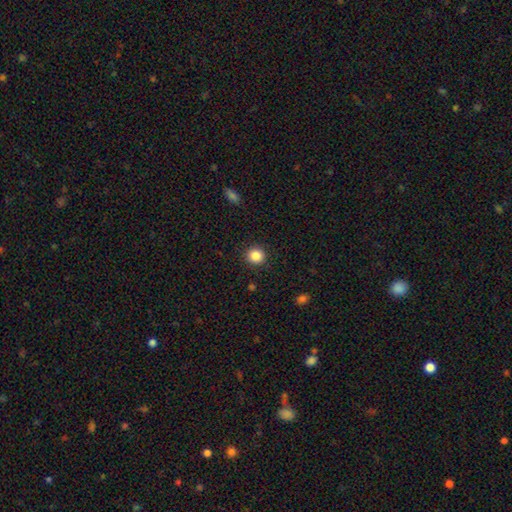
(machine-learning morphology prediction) A smooth galaxy with no disk features (86%) that is round (92%).

Vote fractions:
- Smooth or featured? smooth: 86% / star or artifact: 10% / featured or disk: 4%
- How rounded? round: 92% / in between: 7% / cigar-shaped: 1%
- Merging? none: 91% / minor disturbance: 6% / major disturbance: 2% / merger: 1%